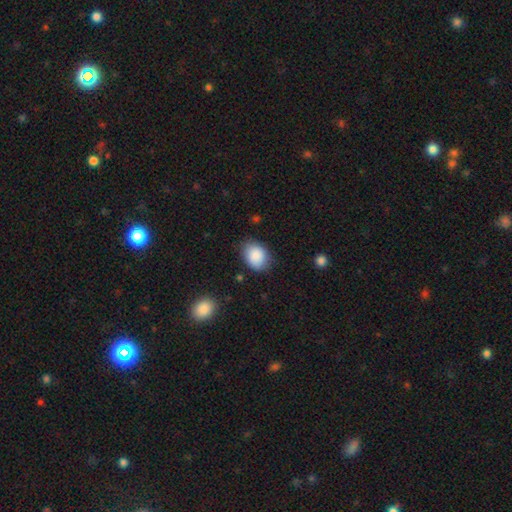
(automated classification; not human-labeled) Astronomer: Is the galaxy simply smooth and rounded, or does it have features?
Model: smooth — 87%.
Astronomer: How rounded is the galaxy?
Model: in between — 66%.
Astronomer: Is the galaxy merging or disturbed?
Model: none — 76%.